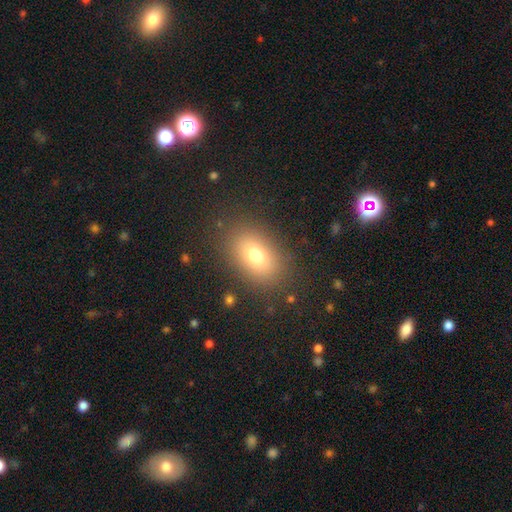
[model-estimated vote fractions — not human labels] Q: Smooth or featured?
A: smooth (73%); runner-up: star or artifact (13%)
Q: How rounded?
A: in between (82%); runner-up: round (17%)
Q: Merging?
A: none (86%); runner-up: minor disturbance (9%)